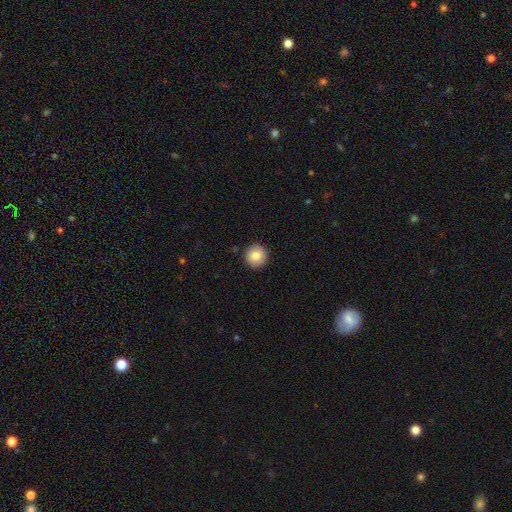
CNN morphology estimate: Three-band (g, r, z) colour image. It shows a smooth galaxy with no disk features (84%) that is round (94%). Merging: none (92%).